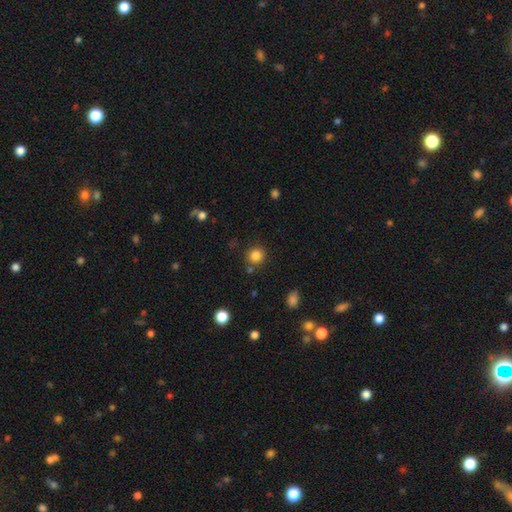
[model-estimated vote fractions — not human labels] smooth_or_featured: smooth (p=0.84) [alt: star or artifact p=0.12]
how_rounded: round (p=0.91) [alt: in between p=0.08]
merging: none (p=0.83) [alt: minor disturbance p=0.08]